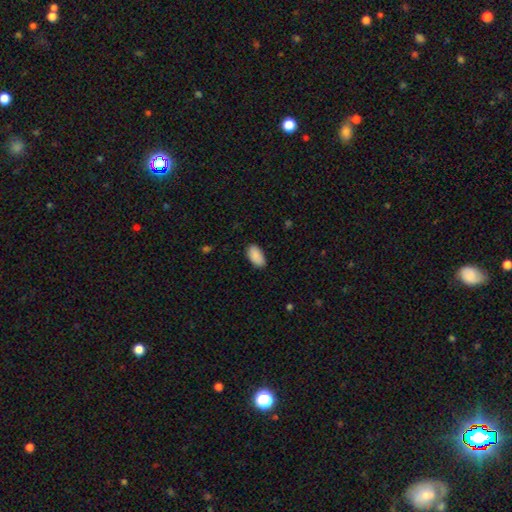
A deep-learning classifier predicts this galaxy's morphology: smooth-or-featured: smooth: 90% | star or artifact: 7% | featured or disk: 3%
  how-rounded: in between: 95% | round: 3% | cigar-shaped: 2%
  merging: none: 82% | minor disturbance: 14% | major disturbance: 2% | merger: 1%